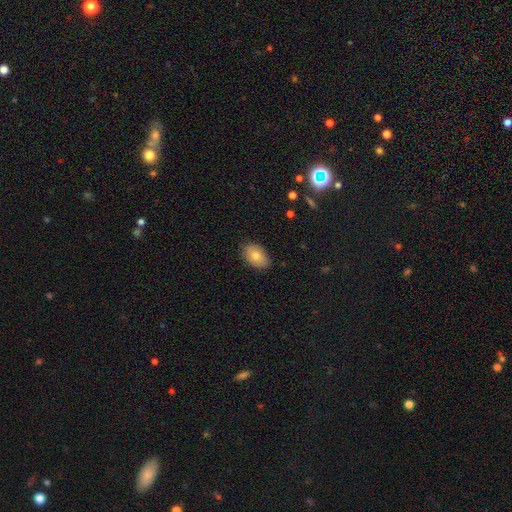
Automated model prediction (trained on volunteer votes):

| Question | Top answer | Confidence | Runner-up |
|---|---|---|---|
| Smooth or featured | smooth | 75% | featured or disk (17%) |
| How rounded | in between | 87% | round (12%) |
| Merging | none | 83% | minor disturbance (13%) |